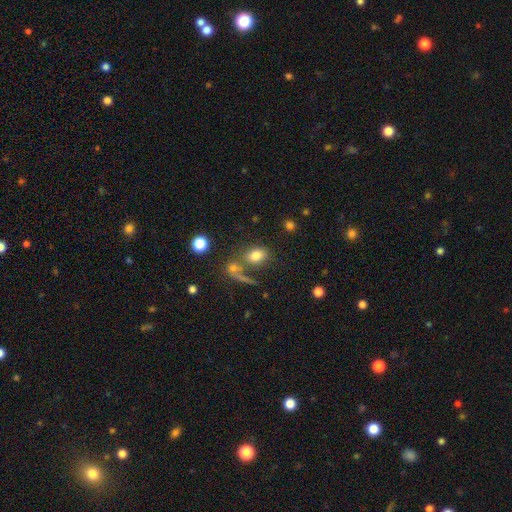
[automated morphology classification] Smooth or featured?
  - smooth: 78% *
  - star or artifact: 11%
  - featured or disk: 11%
How rounded?
  - in between: 69% *
  - round: 29%
  - cigar-shaped: 2%
Merging?
  - none: 57% *
  - merger: 23%
  - minor disturbance: 12%
  - major disturbance: 9%